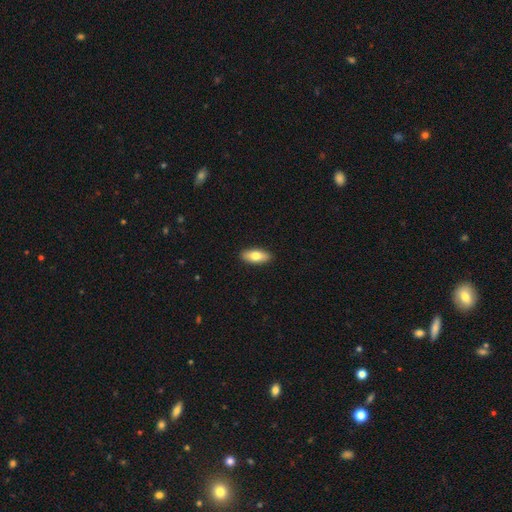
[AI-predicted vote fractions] smooth-or-featured: smooth: 76% | featured or disk: 18% | star or artifact: 6%
  how-rounded: in between: 83% | cigar-shaped: 14% | round: 3%
  merging: none: 91% | minor disturbance: 7% | major disturbance: 2% | merger: 1%